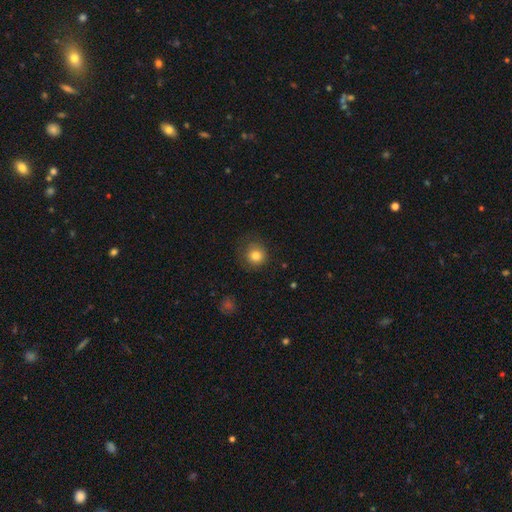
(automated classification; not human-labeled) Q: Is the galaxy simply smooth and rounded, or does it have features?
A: smooth — 81%.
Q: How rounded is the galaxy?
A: round — 92%.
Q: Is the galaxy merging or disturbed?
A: none — 77%.